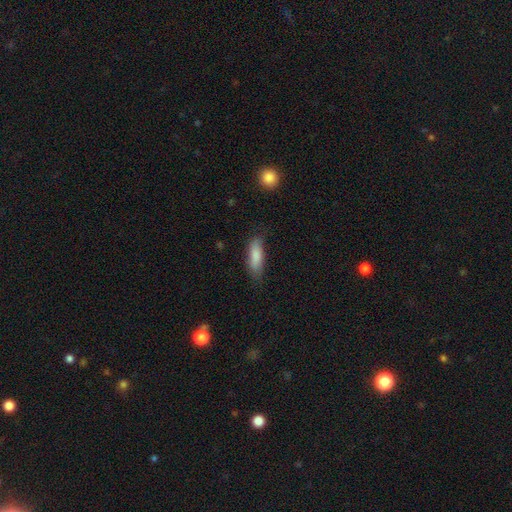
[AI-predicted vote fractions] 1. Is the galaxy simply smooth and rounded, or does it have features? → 84% smooth, 9% featured or disk, 6% star or artifact.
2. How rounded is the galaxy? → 56% in between, 42% cigar-shaped, 2% round.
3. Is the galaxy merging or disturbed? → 73% none, 20% minor disturbance, 5% major disturbance, 1% merger.